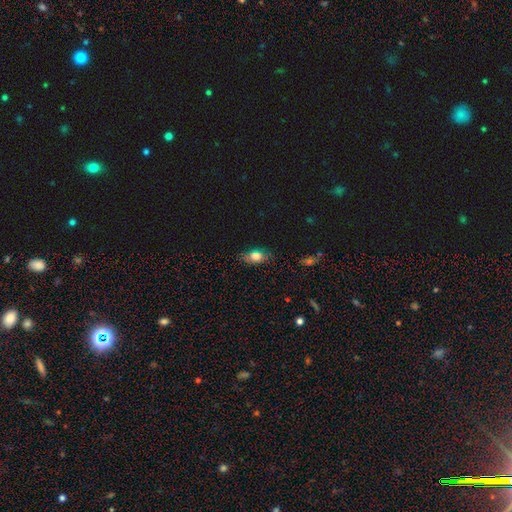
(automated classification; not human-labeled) Smooth or featured: smooth — 67% (star or artifact — 21%)
How rounded: in between — 81% (round — 15%)
Merging: none — 83% (minor disturbance — 13%)